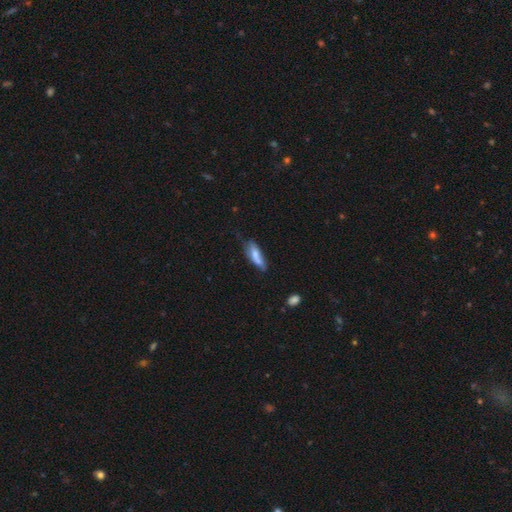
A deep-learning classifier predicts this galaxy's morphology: Smooth or featured?
  - smooth: 65% *
  - featured or disk: 28%
  - star or artifact: 7%
How rounded?
  - in between: 56% *
  - cigar-shaped: 42%
  - round: 2%
Merging?
  - none: 42% *
  - minor disturbance: 34%
  - major disturbance: 14%
  - merger: 10%